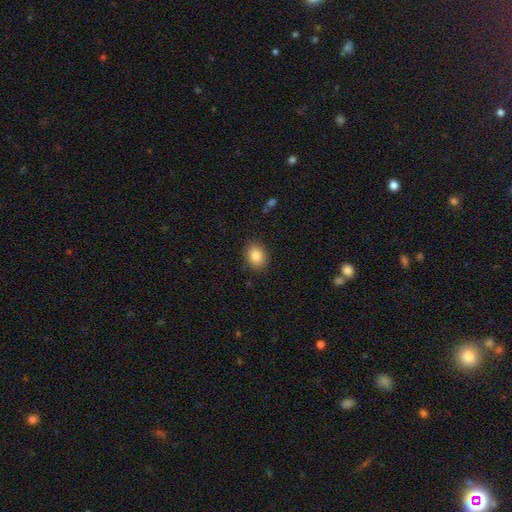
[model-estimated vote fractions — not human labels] Q: Smooth or featured?
A: smooth (85%); runner-up: star or artifact (9%)
Q: How rounded?
A: in between (58%); runner-up: round (41%)
Q: Merging?
A: none (88%); runner-up: minor disturbance (9%)